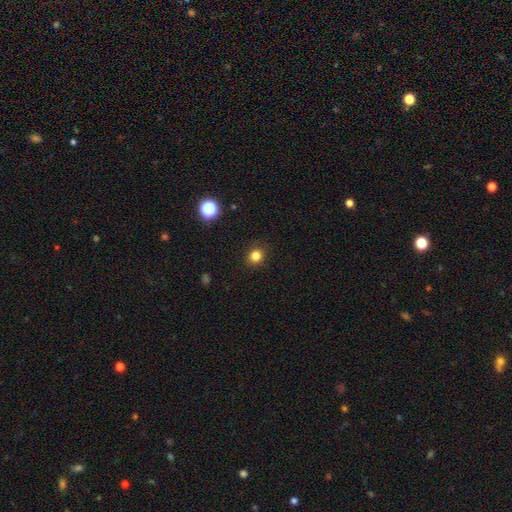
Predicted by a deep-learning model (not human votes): Morphology: type=smooth (81%); roundness=round (80%); merging=none (89%).